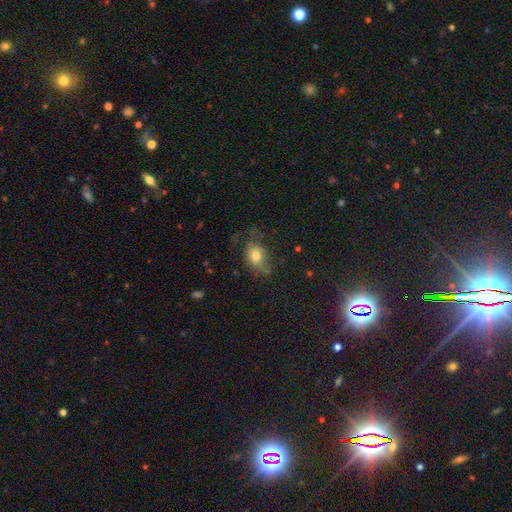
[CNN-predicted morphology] A smooth galaxy with no disk features (74%) that is in between round and cigar-shaped (70%). Merging: none (52%).